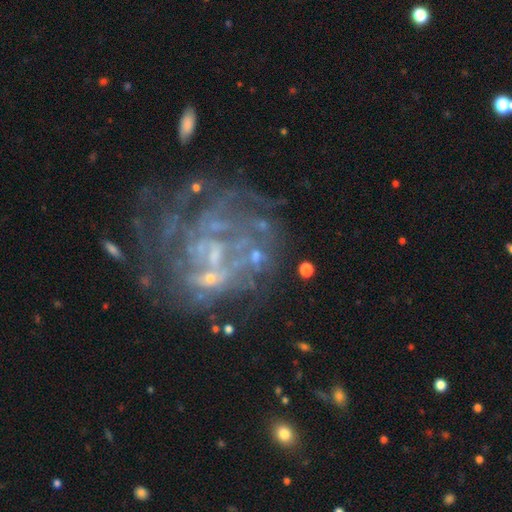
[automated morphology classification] Smooth or featured? featured or disk (74%)
Edge-on disk? no (98%)
Bar? no (64%)
Spiral arms? yes (53%)
Bulge size? none (41%)
Merging? none (42%)